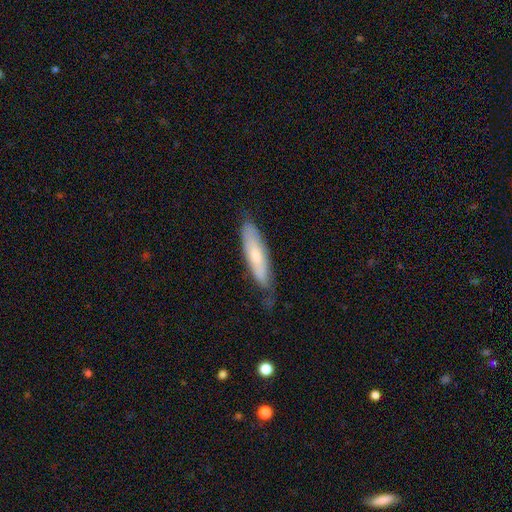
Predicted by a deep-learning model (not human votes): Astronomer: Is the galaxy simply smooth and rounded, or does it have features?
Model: smooth — 60%.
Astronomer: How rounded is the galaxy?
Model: cigar-shaped — 75%.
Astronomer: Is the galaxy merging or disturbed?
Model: none — 70%.